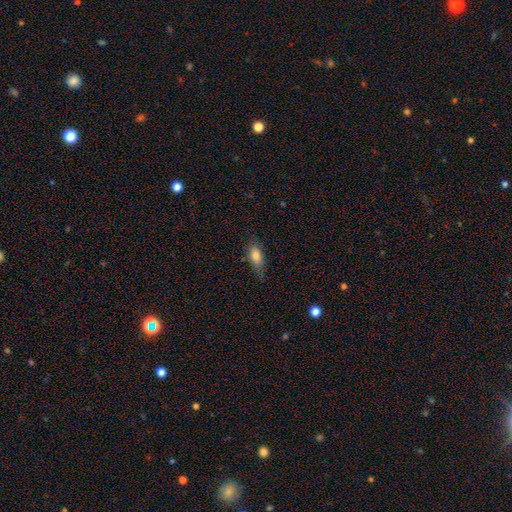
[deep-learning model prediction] Smooth or featured?
  - smooth: 77% *
  - featured or disk: 16%
  - star or artifact: 7%
How rounded?
  - in between: 74% *
  - cigar-shaped: 23%
  - round: 3%
Merging?
  - none: 66% *
  - minor disturbance: 26%
  - major disturbance: 6%
  - merger: 1%